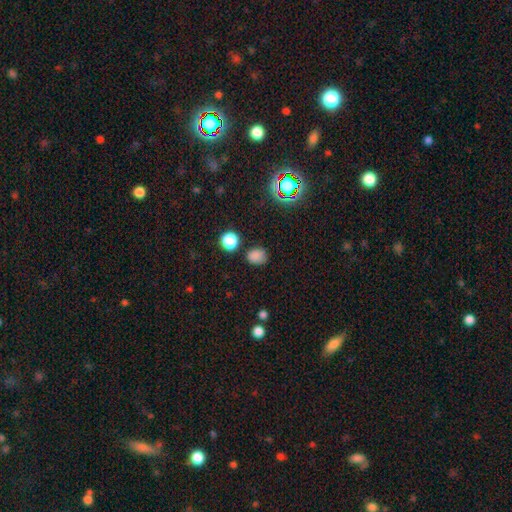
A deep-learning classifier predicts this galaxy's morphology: Q: Smooth or featured?
A: smooth (78%); runner-up: star or artifact (18%)
Q: How rounded?
A: round (53%); runner-up: in between (46%)
Q: Merging?
A: none (78%); runner-up: minor disturbance (15%)